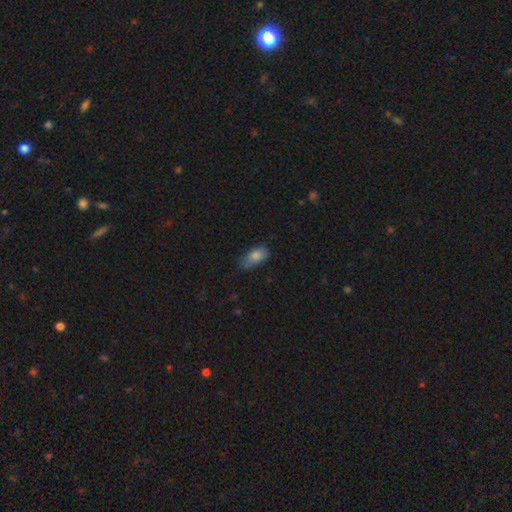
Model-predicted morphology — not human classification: Smooth or featured? smooth (79%)
How rounded? in between (85%)
Merging? none (59%)